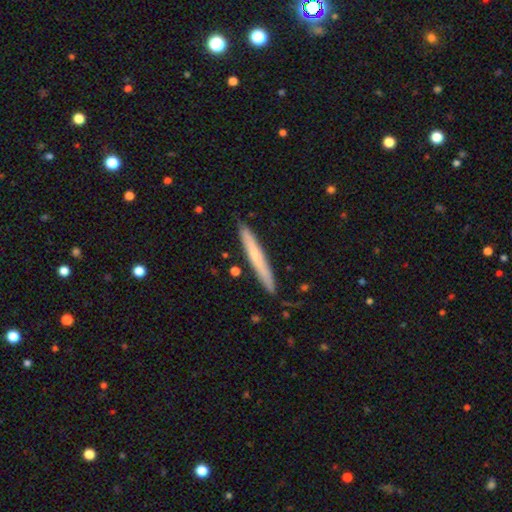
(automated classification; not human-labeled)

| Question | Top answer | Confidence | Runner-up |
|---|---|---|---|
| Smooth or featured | smooth | 54% | featured or disk (40%) |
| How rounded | cigar-shaped | 96% | in between (3%) |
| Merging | none | 88% | minor disturbance (9%) |